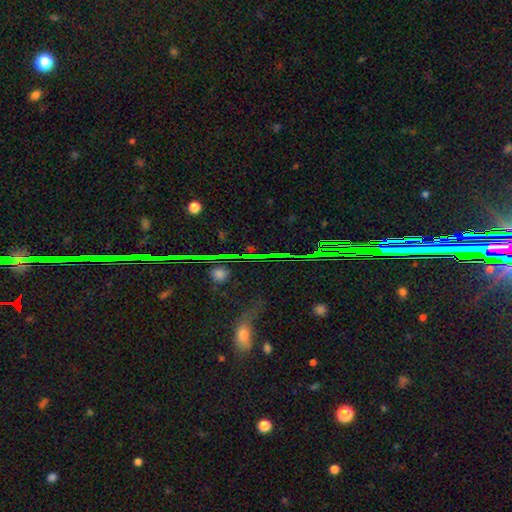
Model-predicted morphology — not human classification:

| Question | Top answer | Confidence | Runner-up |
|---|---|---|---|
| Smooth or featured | star or artifact | 74% | featured or disk (14%) |